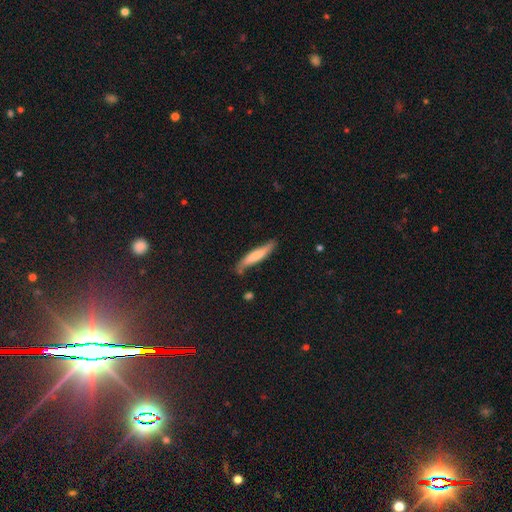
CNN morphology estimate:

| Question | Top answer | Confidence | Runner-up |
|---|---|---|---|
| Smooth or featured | smooth | 66% | featured or disk (28%) |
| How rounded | cigar-shaped | 90% | in between (9%) |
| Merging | none | 71% | minor disturbance (22%) |